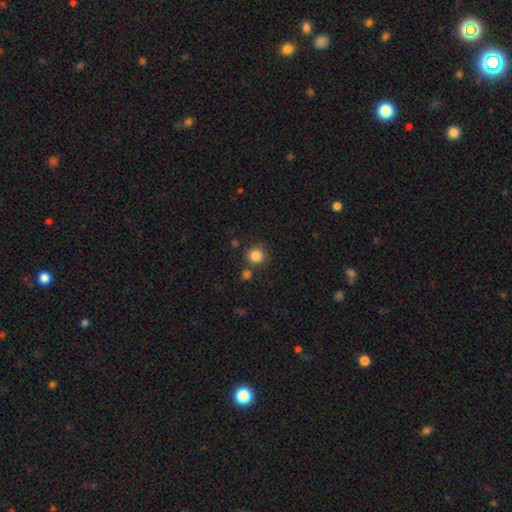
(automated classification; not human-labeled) Smooth or featured?
  - smooth: 85% *
  - star or artifact: 11%
  - featured or disk: 4%
How rounded?
  - round: 94% *
  - in between: 5%
  - cigar-shaped: 1%
Merging?
  - none: 78% *
  - merger: 10%
  - minor disturbance: 9%
  - major disturbance: 3%